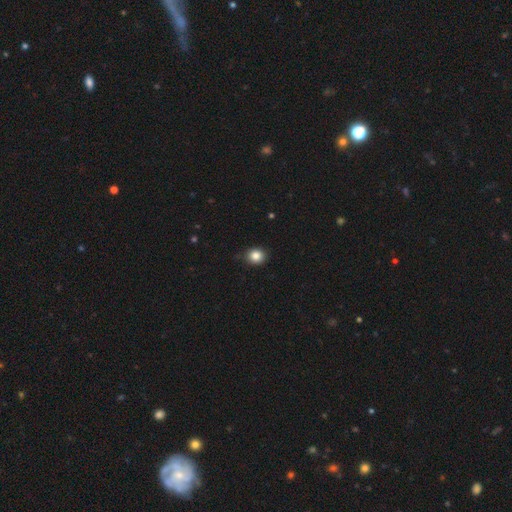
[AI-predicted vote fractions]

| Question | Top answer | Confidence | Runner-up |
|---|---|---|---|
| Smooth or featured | smooth | 85% | star or artifact (10%) |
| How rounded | round | 74% | in between (25%) |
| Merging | none | 85% | minor disturbance (12%) |